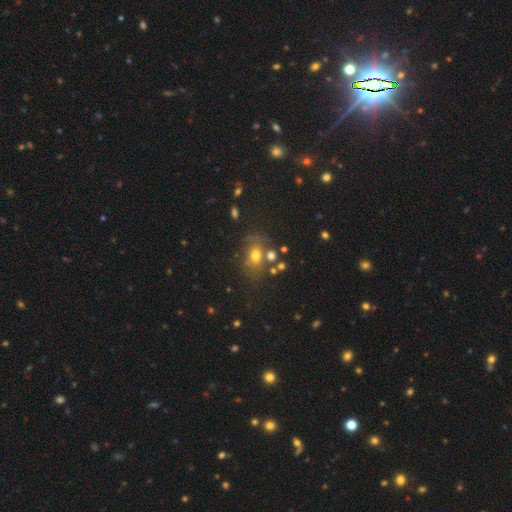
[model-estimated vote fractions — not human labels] smooth 65%, star or artifact 18%, featured or disk 17%. Down the decision tree: how rounded — in between (61%); merging — none (58%).